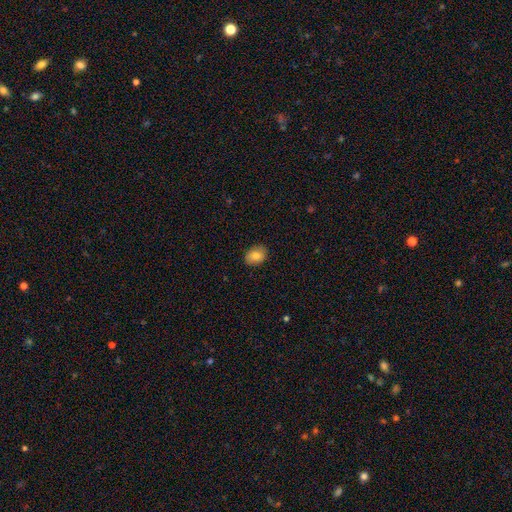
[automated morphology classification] This appears to be a smooth galaxy with no disk features (81%) that is in between round and cigar-shaped (63%). Merging: none (87%).